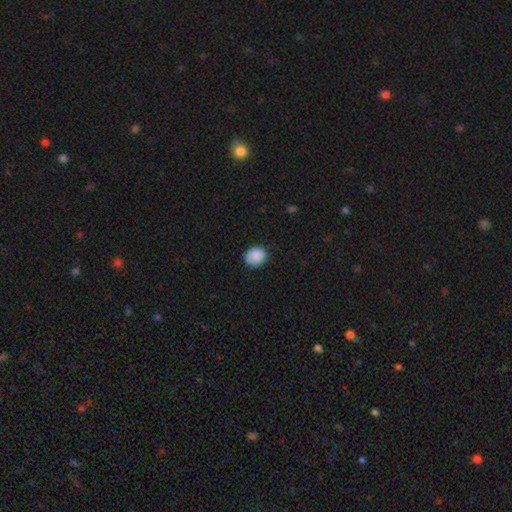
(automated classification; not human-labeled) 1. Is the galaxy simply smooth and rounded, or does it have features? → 88% smooth, 8% star or artifact, 4% featured or disk.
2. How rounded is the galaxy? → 66% round, 33% in between, 1% cigar-shaped.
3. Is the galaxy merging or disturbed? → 82% none, 14% minor disturbance, 3% major disturbance, 1% merger.